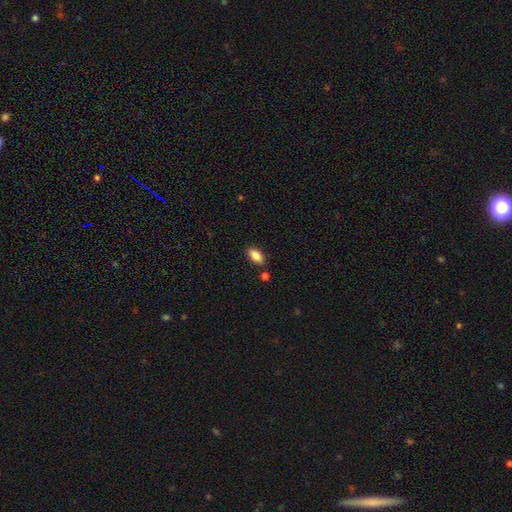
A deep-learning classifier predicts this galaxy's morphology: smooth-or-featured: smooth: 87% | star or artifact: 8% | featured or disk: 5%
  how-rounded: in between: 92% | round: 4% | cigar-shaped: 4%
  merging: none: 84% | minor disturbance: 10% | merger: 5% | major disturbance: 2%